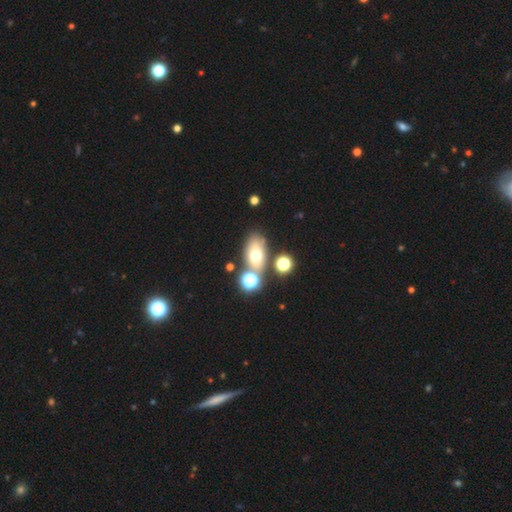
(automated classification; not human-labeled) smooth 61%, featured or disk 21%, star or artifact 18%. Down the decision tree: how rounded — in between (80%); merging — none (62%).